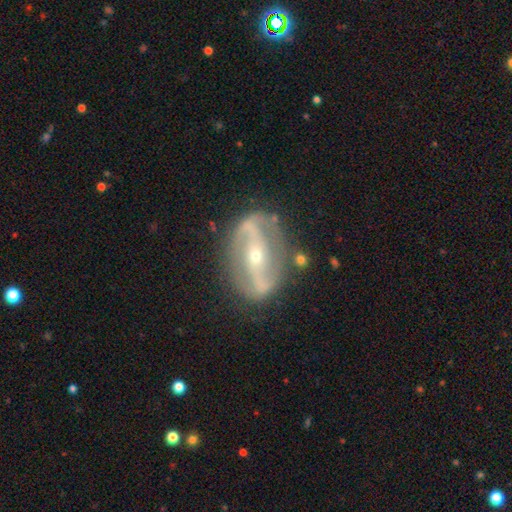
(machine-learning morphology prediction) Smooth or featured? featured or disk (87%)
Edge-on disk? no (94%)
Bar? strong (56%)
Spiral arms? yes (88%)
Spiral winding? medium (44%)
Spiral arm count? 2 (90%)
Bulge size? small (71%)
Merging? none (77%)